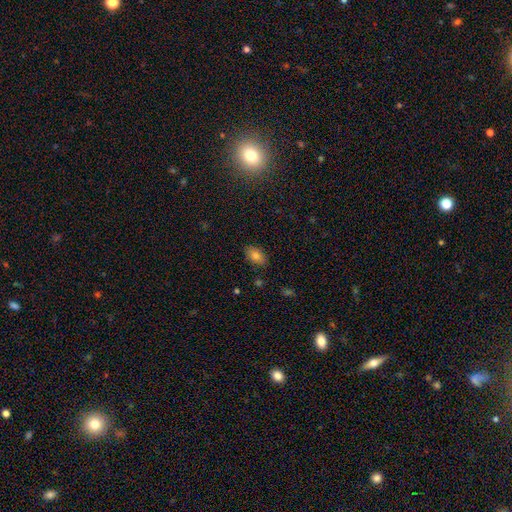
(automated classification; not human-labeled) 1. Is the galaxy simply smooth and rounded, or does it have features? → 79% smooth, 11% featured or disk, 10% star or artifact.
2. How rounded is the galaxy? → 89% in between, 9% round, 2% cigar-shaped.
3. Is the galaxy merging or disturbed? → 85% none, 11% minor disturbance, 2% major disturbance, 1% merger.